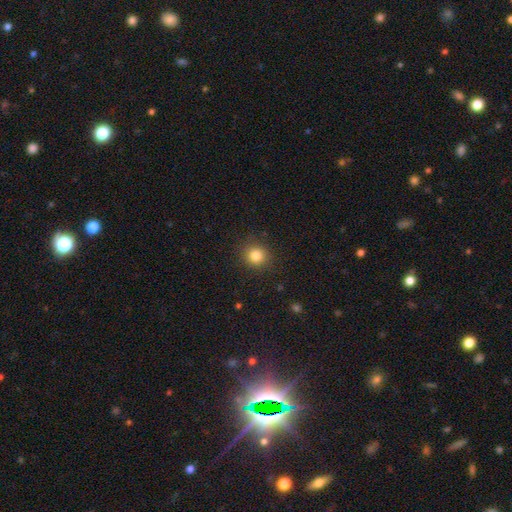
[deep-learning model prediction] The model was most divided on "smooth or featured": smooth: 83%, star or artifact: 12%, featured or disk: 6%. More confident: merging — none (88%); how rounded — round (88%).